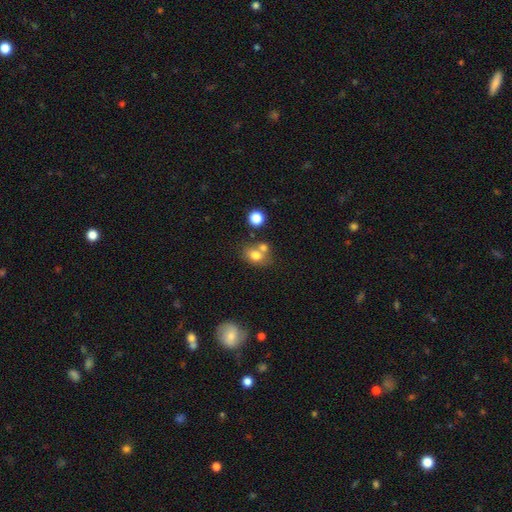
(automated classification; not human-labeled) The model was most divided on "merging": none: 45%, merger: 38%, minor disturbance: 12%, major disturbance: 5%. More confident: smooth or featured — smooth (74%); how rounded — in between (58%).